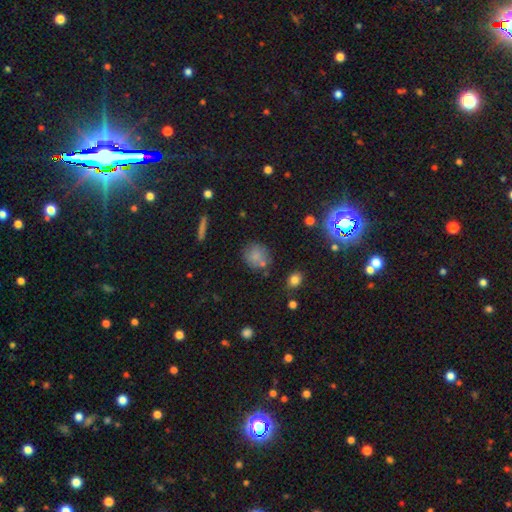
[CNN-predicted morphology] This is likely a smooth galaxy (75%). How rounded: clearly round (81%). Merging: likely none (68%).